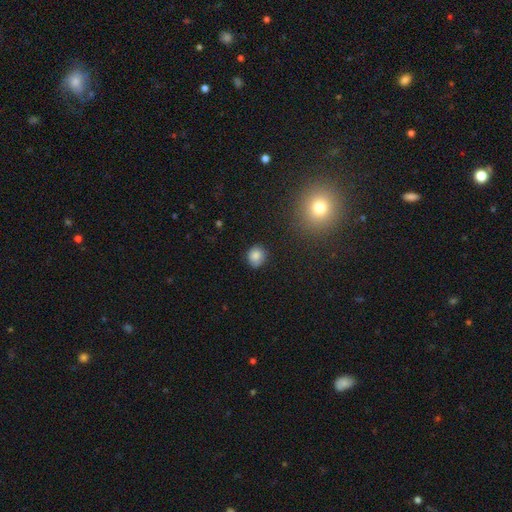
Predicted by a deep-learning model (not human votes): smooth-or-featured: smooth: 83% | star or artifact: 11% | featured or disk: 6%
  how-rounded: round: 78% | in between: 21% | cigar-shaped: 1%
  merging: none: 82% | minor disturbance: 13% | major disturbance: 3% | merger: 1%